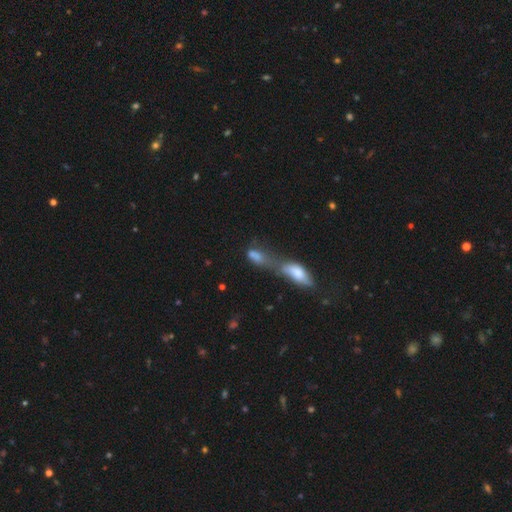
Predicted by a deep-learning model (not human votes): This is likely a smooth galaxy (60%). How rounded: likely in between (73%). Merging: likely merger (72%).